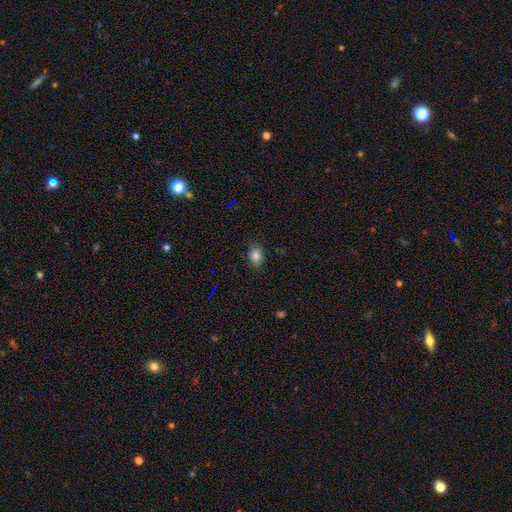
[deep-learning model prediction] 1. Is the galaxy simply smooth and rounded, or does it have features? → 82% smooth, 12% star or artifact, 6% featured or disk.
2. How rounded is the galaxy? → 56% in between, 42% round, 1% cigar-shaped.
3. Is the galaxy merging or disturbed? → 84% none, 12% minor disturbance, 3% major disturbance, 1% merger.